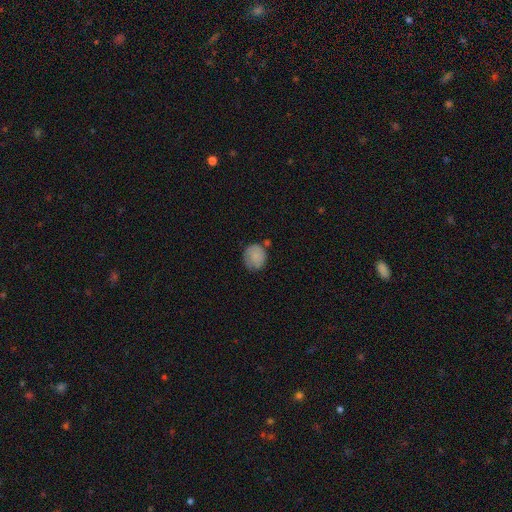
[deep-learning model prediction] The model was most divided on "merging": none: 60%, minor disturbance: 26%, merger: 7%, major disturbance: 7%. More confident: smooth or featured — smooth (80%); how rounded — round (74%).